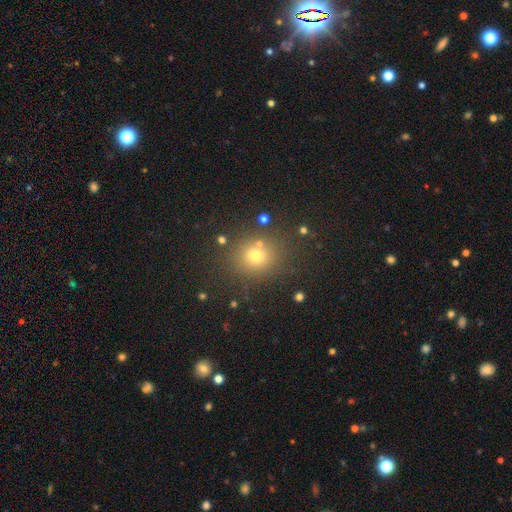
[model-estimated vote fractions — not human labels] Q: Smooth or featured?
A: smooth (71%); runner-up: star or artifact (21%)
Q: How rounded?
A: round (76%); runner-up: in between (23%)
Q: Merging?
A: none (79%); runner-up: minor disturbance (10%)